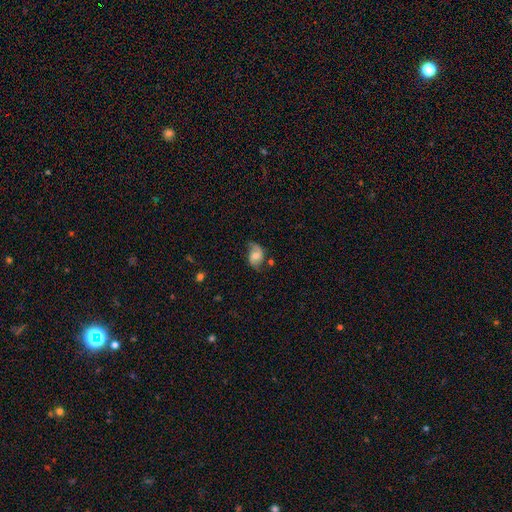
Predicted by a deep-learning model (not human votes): Smooth or featured?
  - featured or disk: 54% *
  - smooth: 37%
  - star or artifact: 8%
Edge-on disk?
  - no: 96% *
  - yes: 4%
Bar?
  - no: 56% *
  - weak: 35%
  - strong: 9%
Spiral arms?
  - yes: 85% *
  - no: 15%
Bulge size?
  - moderate: 59% *
  - small: 26%
  - large: 10%
  - none: 4%
  - dominant: 2%
Merging?
  - none: 56% *
  - minor disturbance: 29%
  - major disturbance: 12%
  - merger: 3%